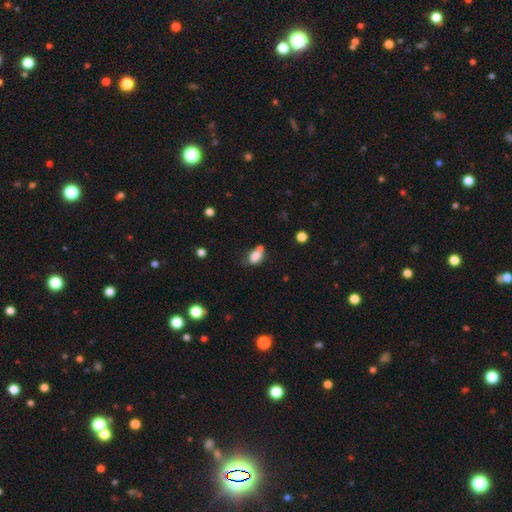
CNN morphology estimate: The model was most divided on "merging": none: 42%, merger: 25%, minor disturbance: 24%, major disturbance: 9%. More confident: how rounded — in between (83%); smooth or featured — smooth (81%).